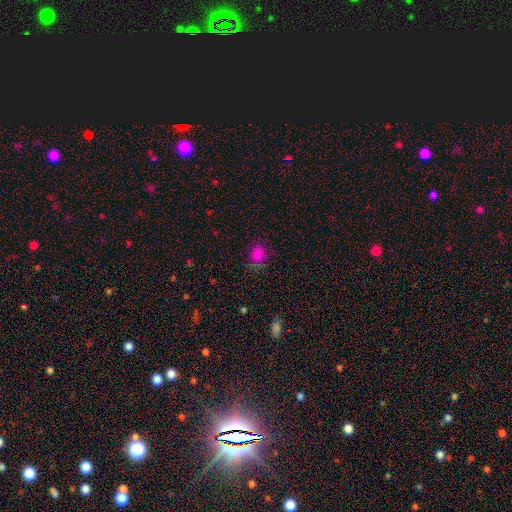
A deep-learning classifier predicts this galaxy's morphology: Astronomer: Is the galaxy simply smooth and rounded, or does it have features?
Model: smooth — 81%.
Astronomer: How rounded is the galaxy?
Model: in between — 52% (runner-up: round, 47%).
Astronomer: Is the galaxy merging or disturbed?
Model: none — 67%.